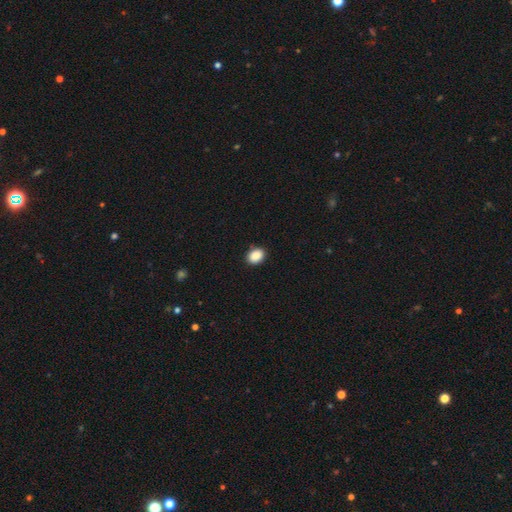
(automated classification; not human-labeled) smooth 89%, star or artifact 8%, featured or disk 3%. Down the decision tree: how rounded — in between (61%); merging — none (89%).